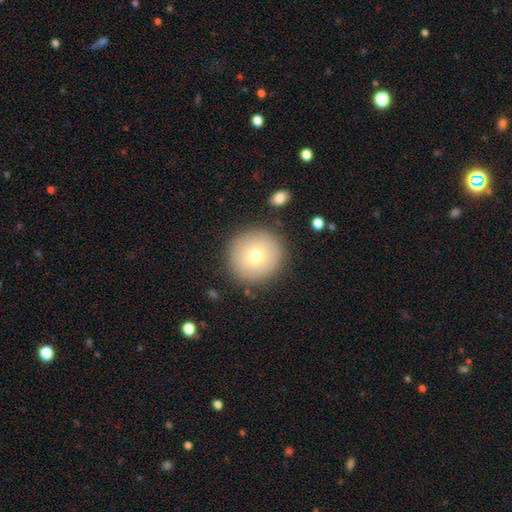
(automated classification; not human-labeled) A smooth galaxy with no disk features (73%) that is round (95%). Merging: none (87%).